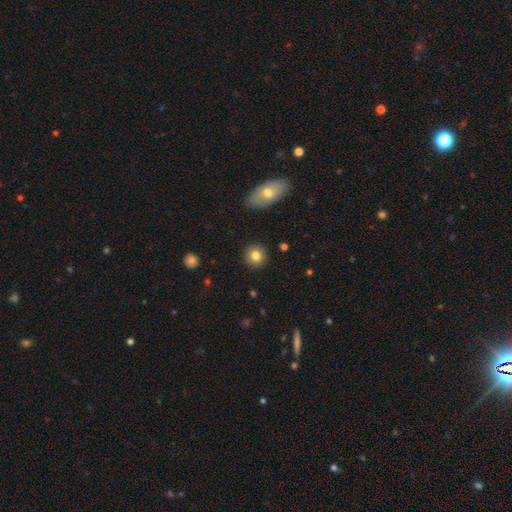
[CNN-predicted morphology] smooth-or-featured: smooth: 82% | star or artifact: 9% | featured or disk: 8%
  how-rounded: round: 91% | in between: 8% | cigar-shaped: 1%
  merging: none: 91% | minor disturbance: 6% | major disturbance: 2% | merger: 1%